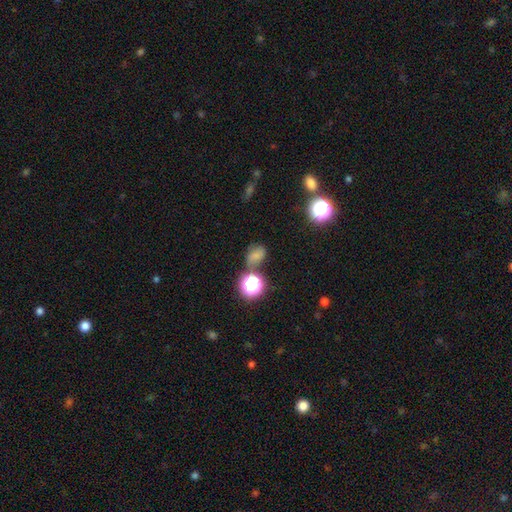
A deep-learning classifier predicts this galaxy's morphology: smooth_or_featured: smooth (p=0.61) [alt: star or artifact p=0.25]
how_rounded: in between (p=0.56) [alt: round p=0.43]
merging: none (p=0.56) [alt: minor disturbance p=0.20]